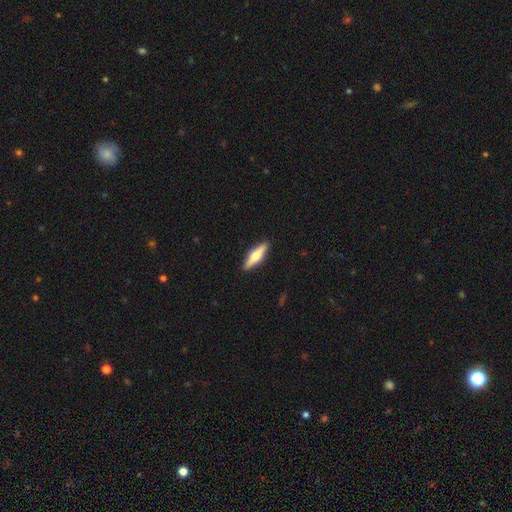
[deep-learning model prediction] Smooth or featured? Predicted: smooth (p=0.49). Merging? Predicted: none (p=0.90).